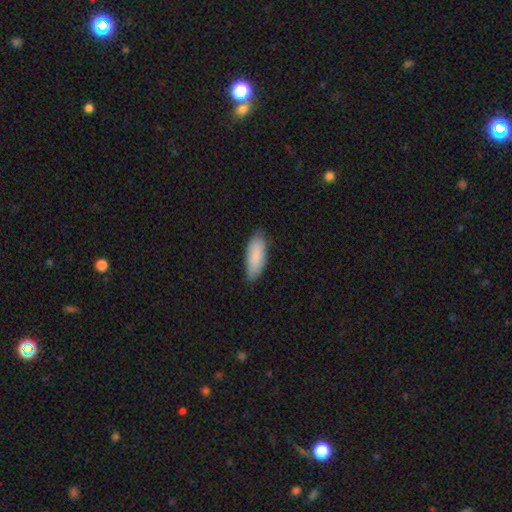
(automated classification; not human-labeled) Q: Smooth or featured?
A: smooth (88%); runner-up: featured or disk (6%)
Q: How rounded?
A: in between (71%); runner-up: cigar-shaped (27%)
Q: Merging?
A: none (80%); runner-up: minor disturbance (16%)